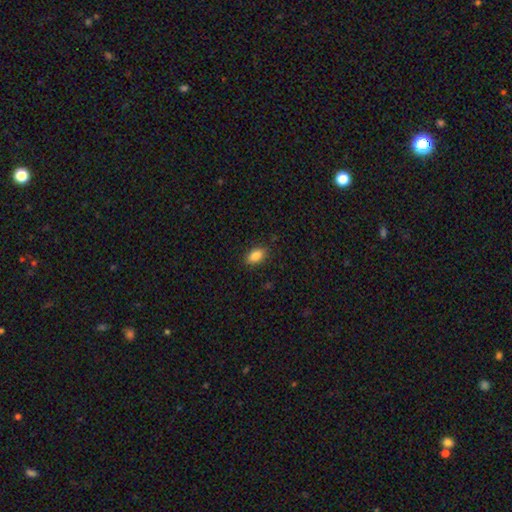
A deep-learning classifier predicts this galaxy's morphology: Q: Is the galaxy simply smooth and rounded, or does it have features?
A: smooth — 86%.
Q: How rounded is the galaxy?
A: in between — 89%.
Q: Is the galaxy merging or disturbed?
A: none — 87%.